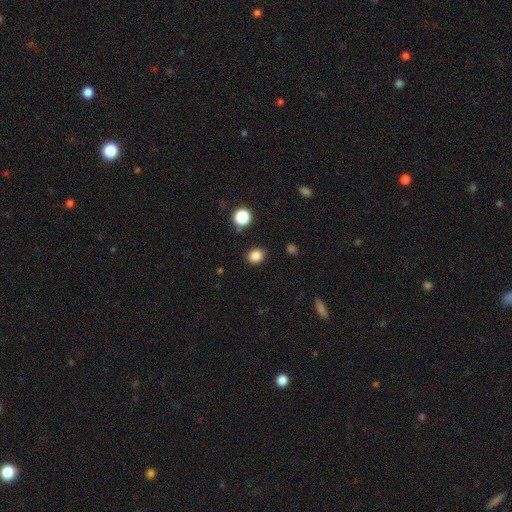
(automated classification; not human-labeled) smooth-or-featured: smooth: 84% | star or artifact: 12% | featured or disk: 4%
  how-rounded: round: 68% | in between: 31% | cigar-shaped: 1%
  merging: none: 88% | minor disturbance: 8% | major disturbance: 3% | merger: 2%